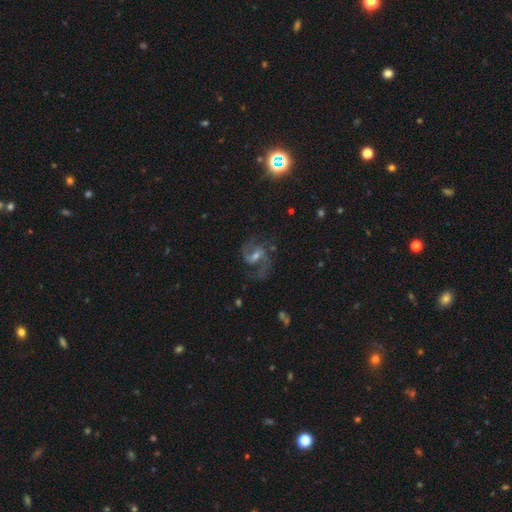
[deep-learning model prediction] This is clearly a featured or disk galaxy (85%). It is clearly not viewed edge-on (98%). Bar: possibly weak (54%). Spiral arm pattern: clearly yes (97%). Spiral arm count: clearly 2 (88%). Spiral winding: possibly medium (57%). Central bulge: possibly small (46%). Merging: likely none (73%).